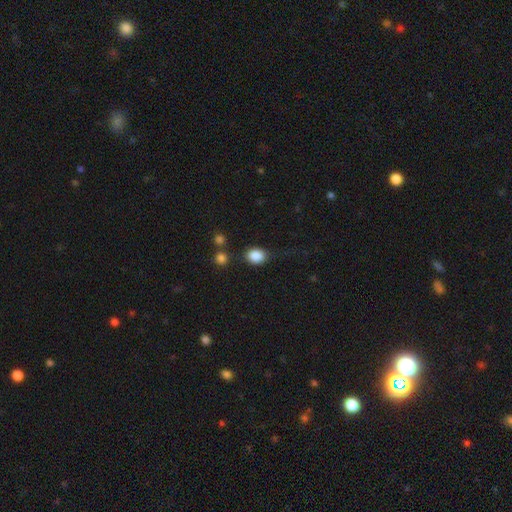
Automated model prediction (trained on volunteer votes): A smooth galaxy with no disk features (86%) that is in between round and cigar-shaped (55%).

Vote fractions:
- Smooth or featured? smooth: 86% / star or artifact: 9% / featured or disk: 5%
- How rounded? in between: 55% / round: 44% / cigar-shaped: 1%
- Merging? none: 70% / minor disturbance: 17% / major disturbance: 7% / merger: 7%